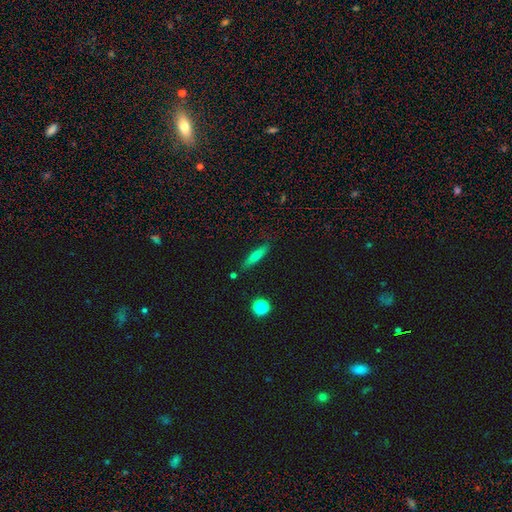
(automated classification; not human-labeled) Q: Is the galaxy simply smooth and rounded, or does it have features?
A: smooth — 69%.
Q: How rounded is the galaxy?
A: cigar-shaped — 81%.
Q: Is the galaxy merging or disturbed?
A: none — 82%.